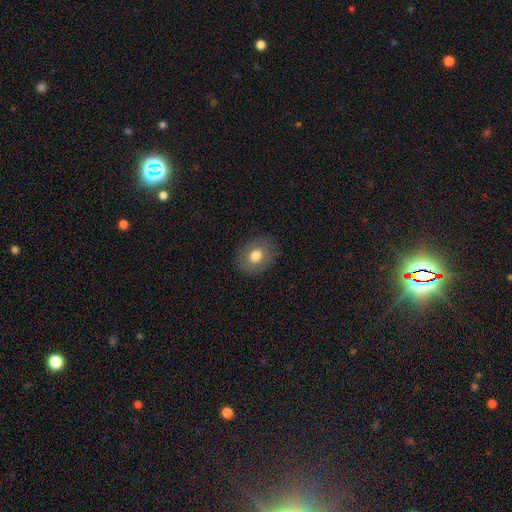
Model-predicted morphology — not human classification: This is likely a smooth galaxy (72%). How rounded: possibly round (54%). Merging: clearly none (84%).